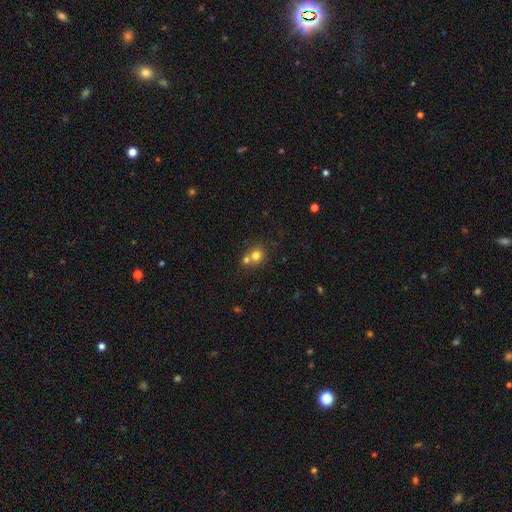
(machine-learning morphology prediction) The model was most divided on "merging": none: 48%, merger: 43%, minor disturbance: 7%, major disturbance: 3%. More confident: how rounded — round (84%); smooth or featured — smooth (76%).